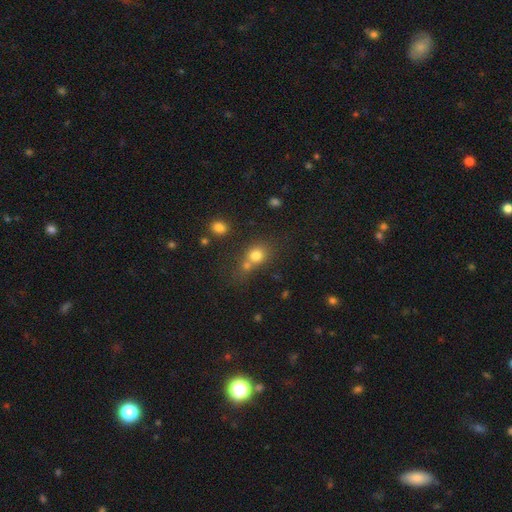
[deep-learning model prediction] smooth 76%, star or artifact 14%, featured or disk 10%. Down the decision tree: how rounded — round (74%); merging — merger (43%).